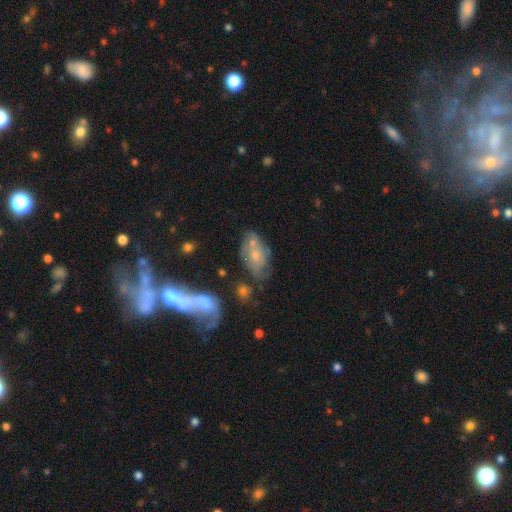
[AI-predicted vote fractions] A smooth galaxy with no disk features (47%).

Vote fractions:
- Smooth or featured? smooth: 47% / featured or disk: 45% / star or artifact: 9%
- Merging? none: 45% / minor disturbance: 24% / merger: 17% / major disturbance: 14%